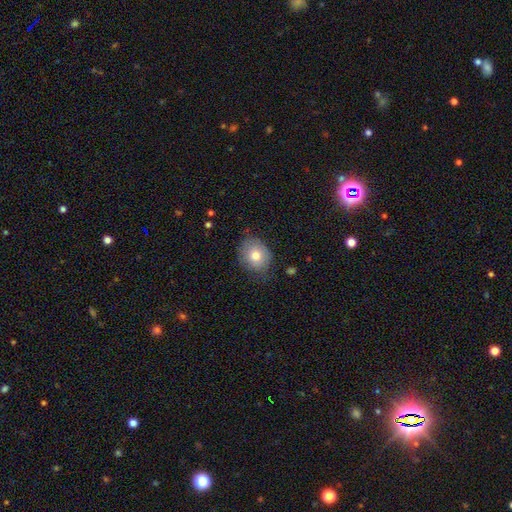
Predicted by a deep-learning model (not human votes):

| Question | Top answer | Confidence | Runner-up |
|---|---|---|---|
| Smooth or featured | smooth | 75% | featured or disk (16%) |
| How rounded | round | 62% | in between (38%) |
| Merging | none | 68% | minor disturbance (24%) |